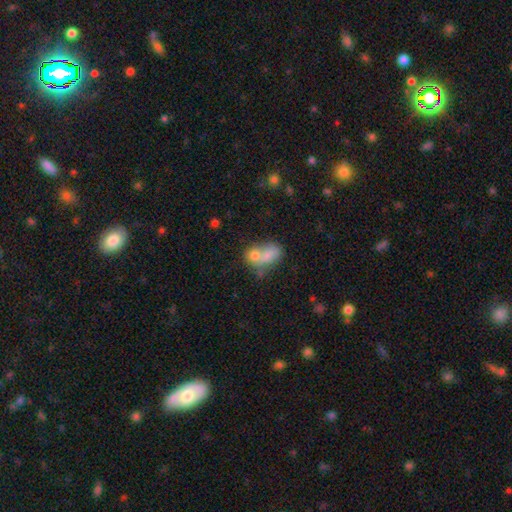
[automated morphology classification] Overall: smooth (71%). How rounded: in between (69%). Merging: merger (66%).